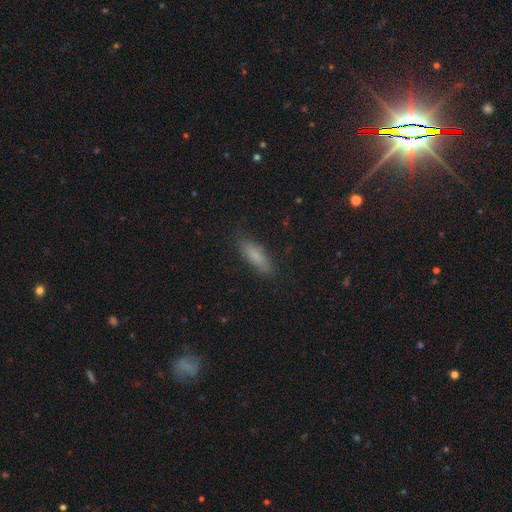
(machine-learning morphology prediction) Q: Smooth or featured?
A: smooth (81%); runner-up: featured or disk (11%)
Q: How rounded?
A: cigar-shaped (49%); runner-up: in between (48%)
Q: Merging?
A: none (84%); runner-up: minor disturbance (12%)